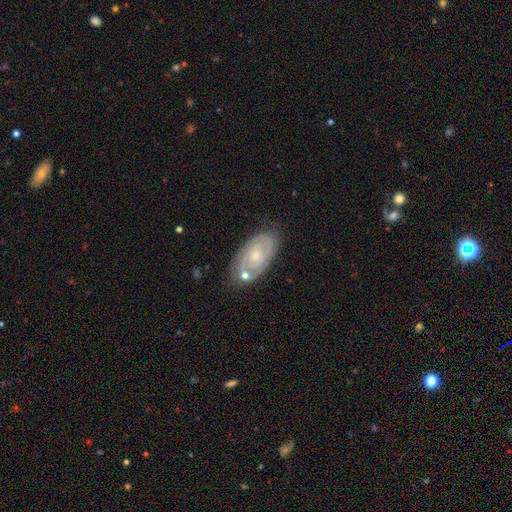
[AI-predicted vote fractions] A featured or disk galaxy (76%) with no bar (72%), 2 (58%) tight (67%) spiral arms (89%) and a small central bulge (65%).

Vote fractions:
- Smooth or featured? featured or disk: 76% / smooth: 17% / star or artifact: 6%
- Edge-on disk? no: 95% / yes: 5%
- Bar? no: 72% / weak: 24% / strong: 4%
- Spiral arms? yes: 89% / no: 11%
- Spiral winding? tight: 67% / medium: 27% / loose: 7%
- Spiral arm count? 2: 58% / can't tell: 25% / 3: 9% / 1: 4% / 4: 2% / more than 4: 2%
- Bulge size? small: 65% / moderate: 30% / none: 3% / large: 1% / dominant: 1%
- Merging? none: 70% / minor disturbance: 17% / merger: 7% / major disturbance: 5%